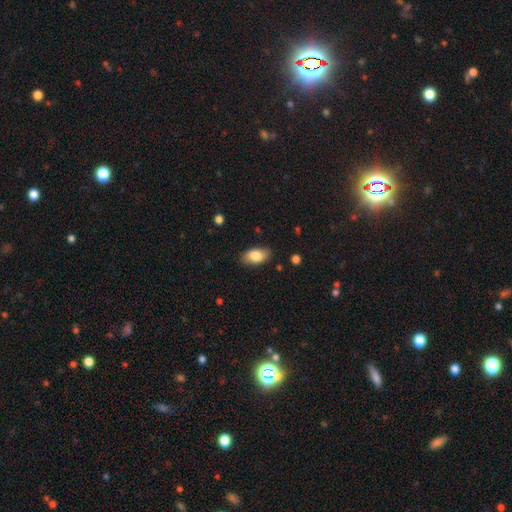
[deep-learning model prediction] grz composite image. It shows a smooth galaxy with no disk features (82%) that is in between round and cigar-shaped (93%). Merging: none (85%).